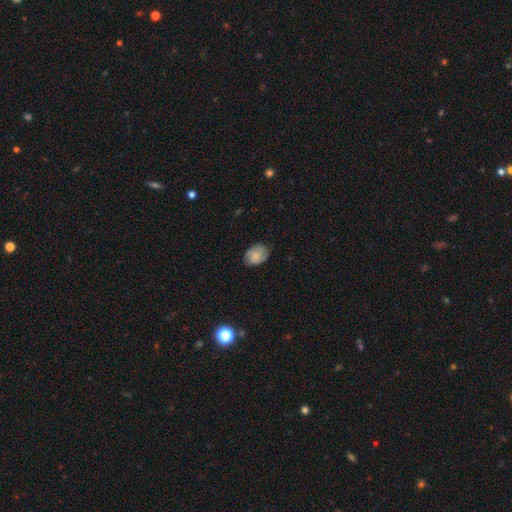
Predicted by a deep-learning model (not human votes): Smooth or featured?
  - smooth: 65% *
  - featured or disk: 26%
  - star or artifact: 9%
How rounded?
  - in between: 73% *
  - round: 26%
  - cigar-shaped: 1%
Merging?
  - none: 76% *
  - minor disturbance: 19%
  - major disturbance: 4%
  - merger: 1%